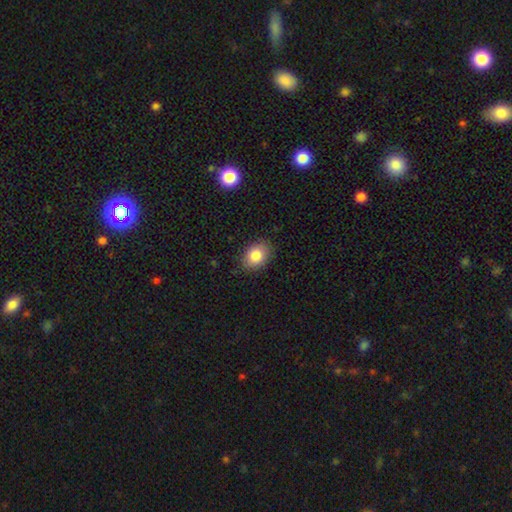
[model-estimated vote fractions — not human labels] A smooth galaxy with no disk features (84%) that is in between round and cigar-shaped (73%). Merging: none (86%).